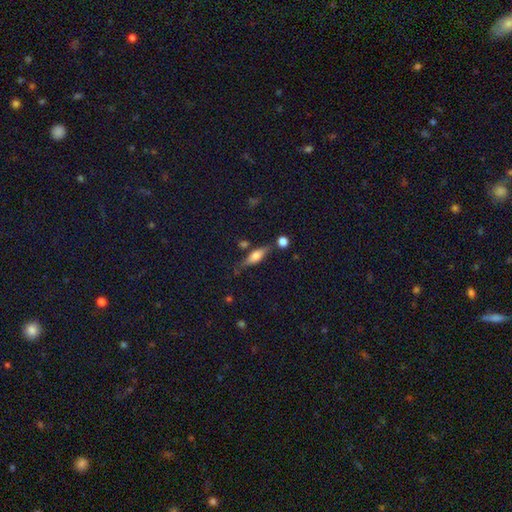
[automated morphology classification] smooth_or_featured: smooth (p=0.56) [alt: featured or disk p=0.36]
how_rounded: cigar-shaped (p=0.50) [alt: in between p=0.47]
merging: none (p=0.69) [alt: minor disturbance p=0.17]